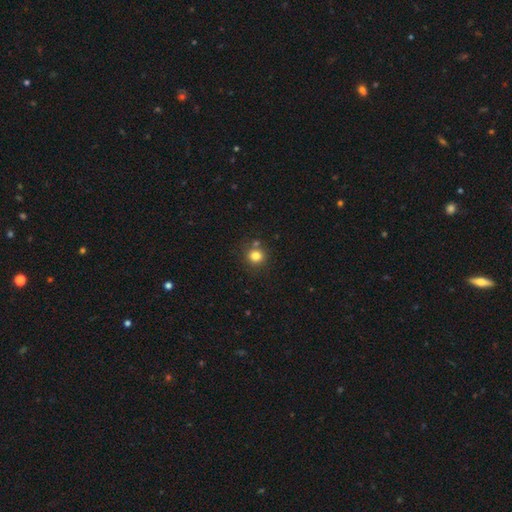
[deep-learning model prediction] Morphology: type=smooth (81%); roundness=round (90%); merging=none (77%).